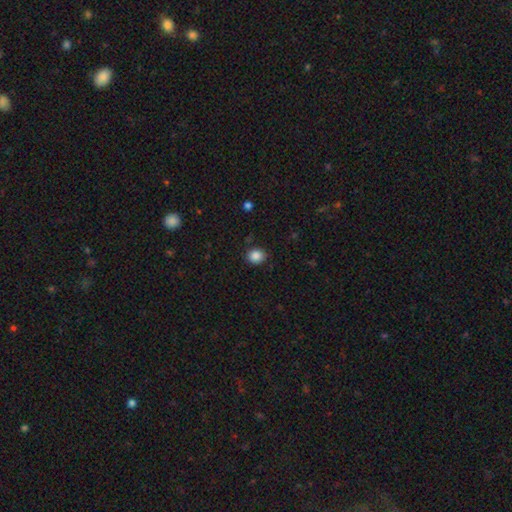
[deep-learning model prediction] Smooth or featured? Predicted: smooth (p=0.86). How rounded? Predicted: round (p=0.68). Merging? Predicted: none (p=0.86).